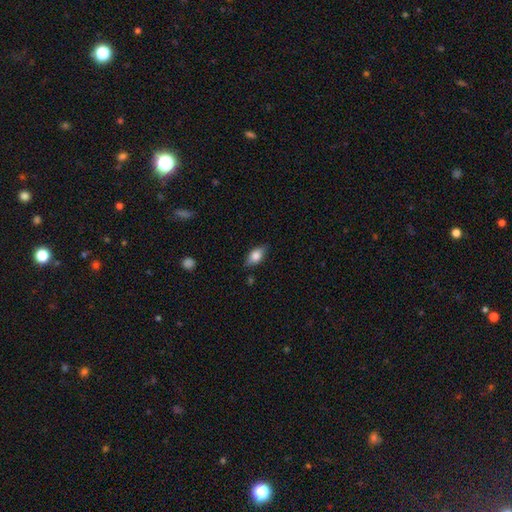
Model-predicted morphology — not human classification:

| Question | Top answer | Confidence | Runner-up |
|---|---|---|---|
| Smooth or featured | smooth | 69% | featured or disk (23%) |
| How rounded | in between | 82% | cigar-shaped (9%) |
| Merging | none | 79% | minor disturbance (16%) |